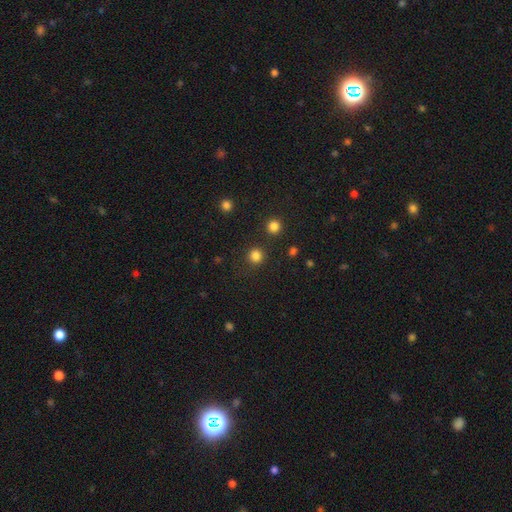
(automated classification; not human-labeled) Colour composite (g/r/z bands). It shows a smooth galaxy with no disk features (82%) that is round (93%). Merging: none (87%).